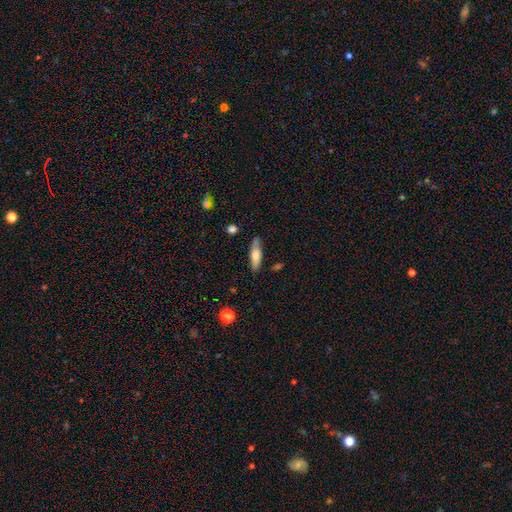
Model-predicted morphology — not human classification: Q: Smooth or featured?
A: smooth (71%); runner-up: featured or disk (22%)
Q: How rounded?
A: cigar-shaped (53%); runner-up: in between (45%)
Q: Merging?
A: none (76%); runner-up: minor disturbance (18%)